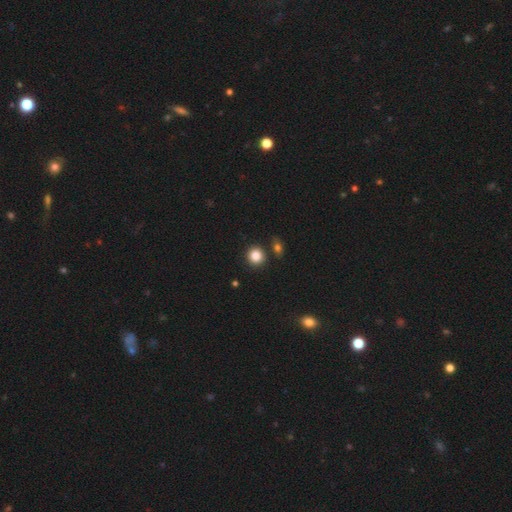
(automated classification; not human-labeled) smooth-or-featured: smooth: 86% | star or artifact: 10% | featured or disk: 4%
  how-rounded: round: 87% | in between: 11% | cigar-shaped: 1%
  merging: none: 83% | minor disturbance: 9% | merger: 6% | major disturbance: 3%